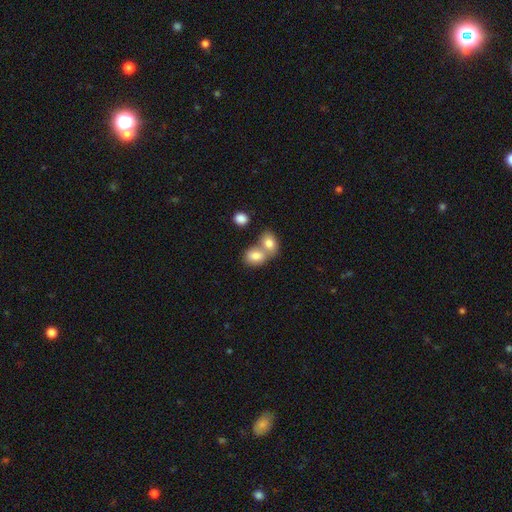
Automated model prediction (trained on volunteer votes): The model was most divided on "merging": merger: 62%, none: 28%, minor disturbance: 7%, major disturbance: 3%. More confident: smooth or featured — smooth (80%); how rounded — in between (70%).